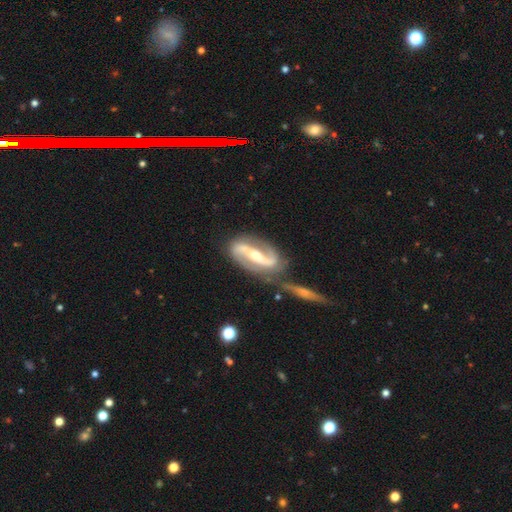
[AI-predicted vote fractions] Smooth or featured?
  - featured or disk: 90% *
  - smooth: 5%
  - star or artifact: 4%
Edge-on disk?
  - no: 94% *
  - yes: 6%
Bar?
  - strong: 63% *
  - weak: 22%
  - no: 16%
Spiral arms?
  - yes: 97% *
  - no: 3%
Spiral winding?
  - medium: 44% *
  - loose: 37%
  - tight: 19%
Spiral arm count?
  - 2: 93% *
  - can't tell: 2%
  - 1: 2%
  - 3: 1%
  - 4: 1%
  - more than 4: 1%
Bulge size?
  - moderate: 48% *
  - small: 47%
  - large: 2%
  - none: 1%
  - dominant: 1%
Merging?
  - none: 66% *
  - minor disturbance: 16%
  - merger: 12%
  - major disturbance: 6%